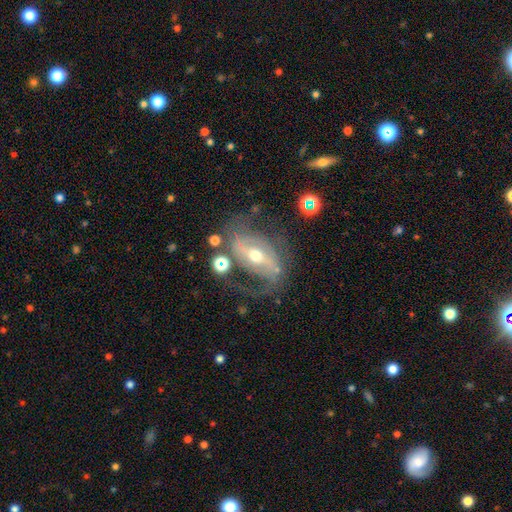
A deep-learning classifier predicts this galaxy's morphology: Overall: featured or disk (82%). Edge-on disk: no (94%). Bar: strong (48%; weak 34%). Spiral arms: yes (86%). Spiral arm count: 2 (76%). Spiral winding: medium (45%; loose 35%). Bulge size: moderate (60%; small 35%). Merging: none (55%; major disturbance 21%).